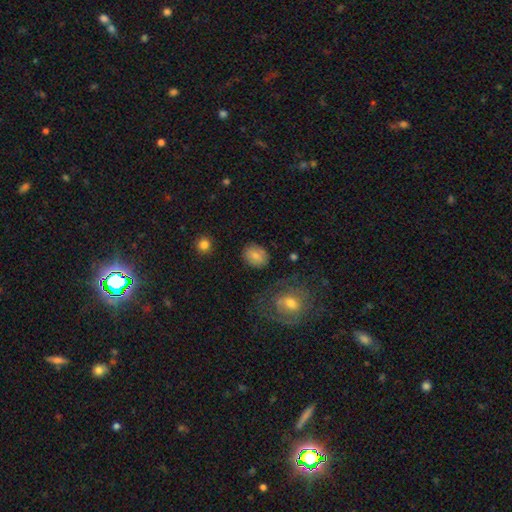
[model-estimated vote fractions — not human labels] Overall: smooth (79%). How rounded: round (53%; in between 46%). Merging: none (81%).